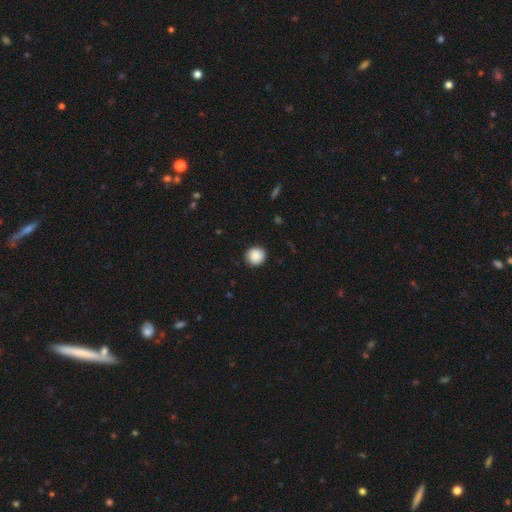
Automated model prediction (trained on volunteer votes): Smooth or featured? Predicted: smooth (p=0.88). How rounded? Predicted: round (p=0.94). Merging? Predicted: none (p=0.91).